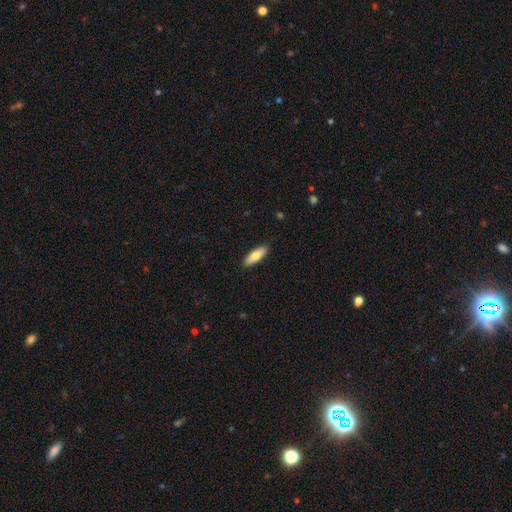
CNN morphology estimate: smooth_or_featured: smooth (p=0.74) [alt: featured or disk p=0.21]
how_rounded: in between (p=0.50) [alt: cigar-shaped p=0.48]
merging: none (p=0.90) [alt: minor disturbance p=0.07]